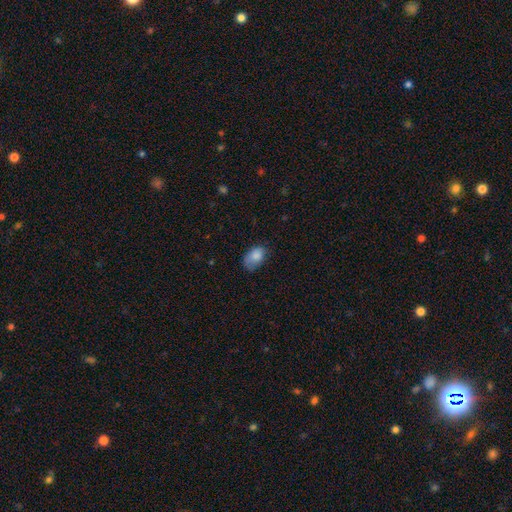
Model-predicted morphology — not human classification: A smooth galaxy with no disk features (83%) that is in between round and cigar-shaped (86%). Merging: none (51%).